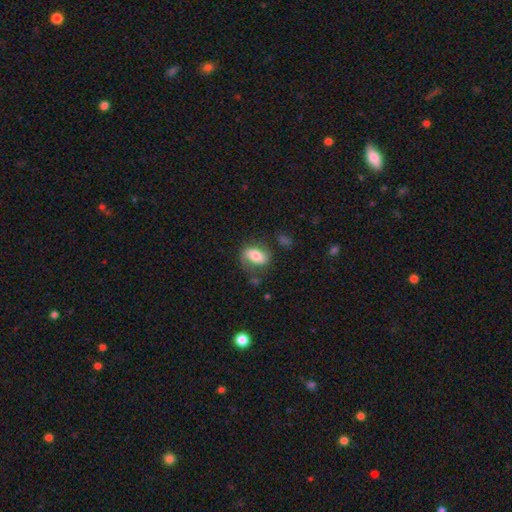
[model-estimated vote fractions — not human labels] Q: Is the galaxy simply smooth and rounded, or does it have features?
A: smooth — 56%.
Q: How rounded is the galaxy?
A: in between — 83%.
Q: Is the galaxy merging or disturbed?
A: none — 56%.